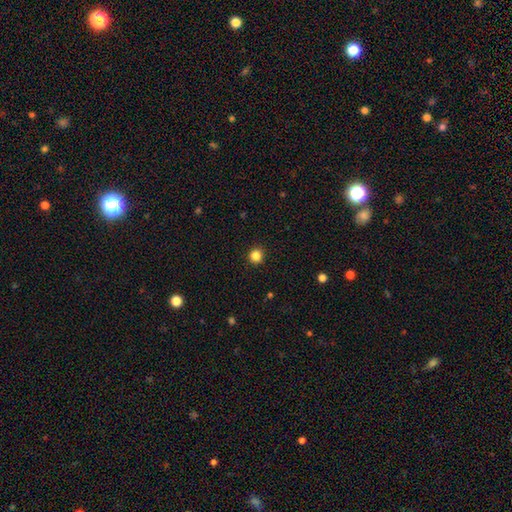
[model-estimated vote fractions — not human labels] Smooth or featured? smooth (84%)
How rounded? round (94%)
Merging? none (93%)